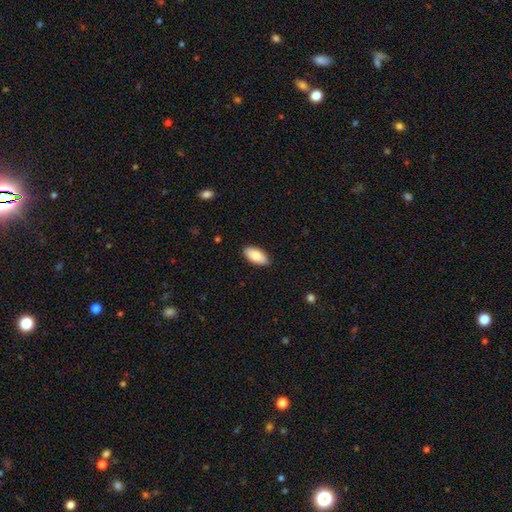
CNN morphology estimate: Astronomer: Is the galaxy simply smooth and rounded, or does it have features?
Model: smooth — 84%.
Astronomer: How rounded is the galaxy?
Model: in between — 90%.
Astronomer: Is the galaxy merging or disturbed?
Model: none — 87%.